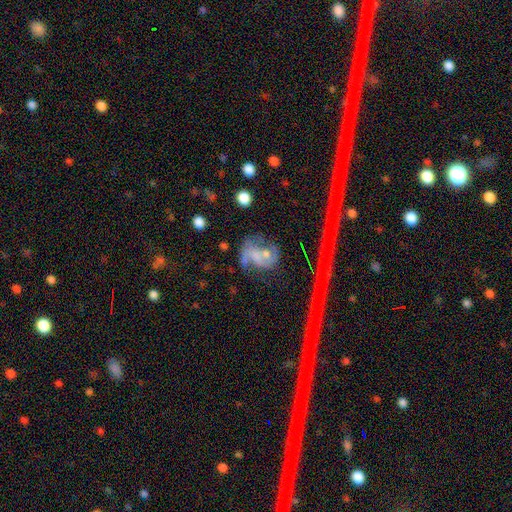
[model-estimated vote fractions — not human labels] Overall: featured or disk (64%; smooth 25%). Edge-on disk: no (96%). Bar: no (62%; weak 29%). Spiral arms: yes (78%). Bulge size: small (37%; moderate 33%). Merging: none (36%; major disturbance 23%).